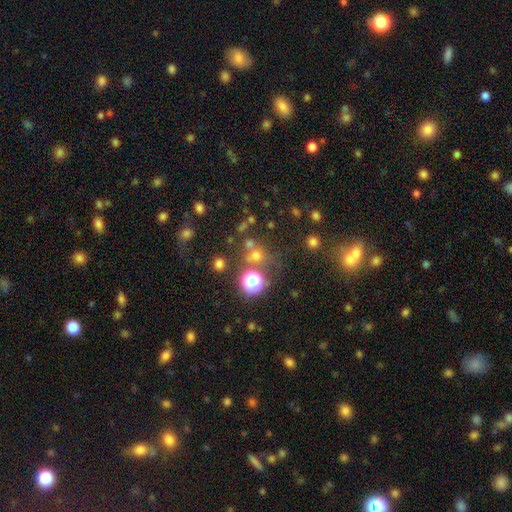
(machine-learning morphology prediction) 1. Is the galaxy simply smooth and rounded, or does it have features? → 57% smooth, 34% star or artifact, 9% featured or disk.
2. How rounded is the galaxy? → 88% round, 11% in between, 1% cigar-shaped.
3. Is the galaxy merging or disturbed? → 66% none, 18% merger, 10% minor disturbance, 6% major disturbance.